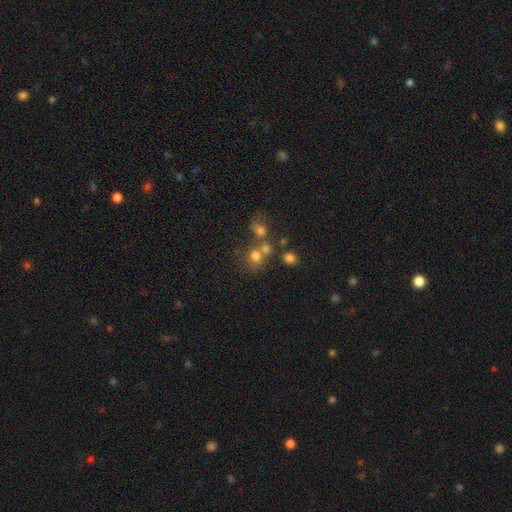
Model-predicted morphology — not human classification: smooth_or_featured: smooth (p=0.69) [alt: star or artifact p=0.17]
how_rounded: round (p=0.81) [alt: in between p=0.18]
merging: none (p=0.45) [alt: merger p=0.39]